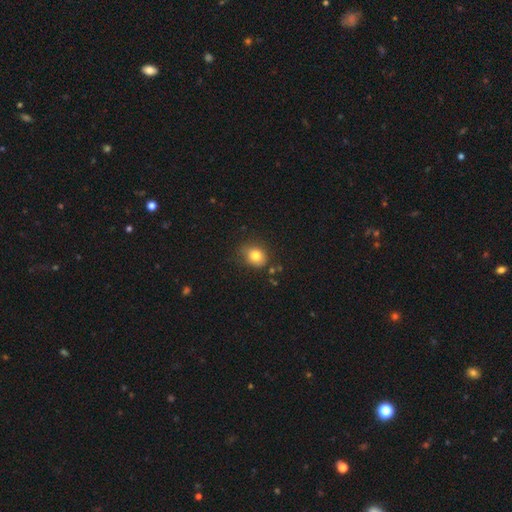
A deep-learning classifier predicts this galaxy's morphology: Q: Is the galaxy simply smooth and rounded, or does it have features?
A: smooth — 80%.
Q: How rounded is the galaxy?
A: round — 50%.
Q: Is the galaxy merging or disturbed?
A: none — 74%.